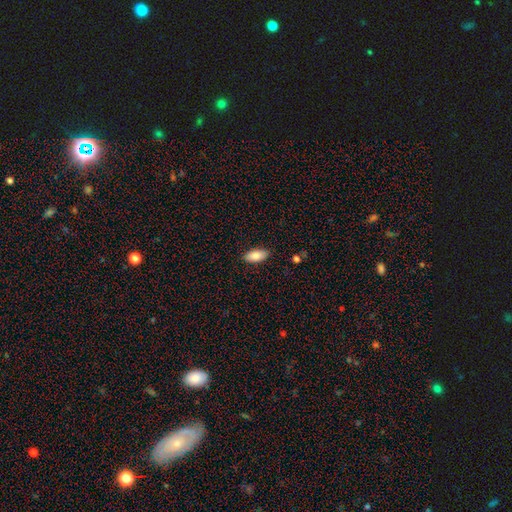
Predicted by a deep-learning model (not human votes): A smooth galaxy with no disk features (85%) that is in between round and cigar-shaped (90%). Merging: none (88%).